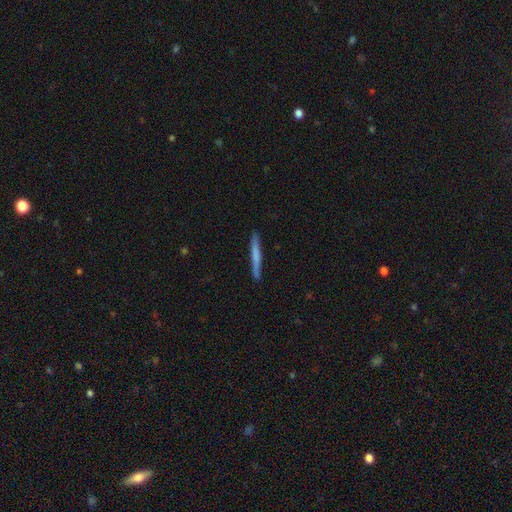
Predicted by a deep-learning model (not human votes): This appears to be a smooth galaxy with no disk features (60%) that is cigar-shaped (97%). Merging: none (89%).